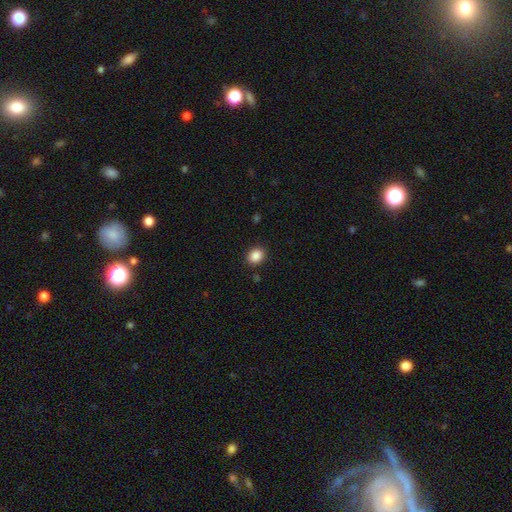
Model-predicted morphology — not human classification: type=smooth (88%); roundness=round (55%); merging=none (89%).